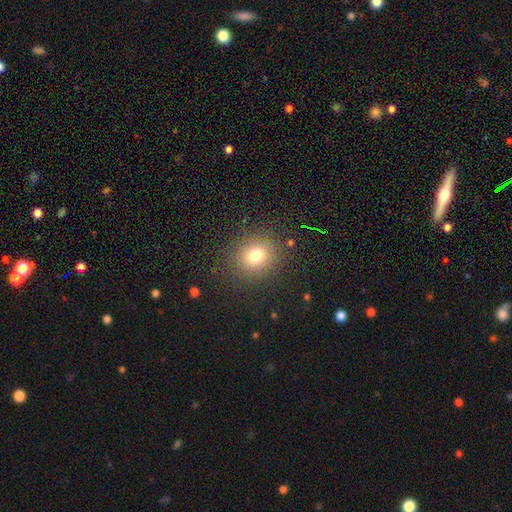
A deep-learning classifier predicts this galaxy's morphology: Smooth or featured?
  - smooth: 75% *
  - star or artifact: 17%
  - featured or disk: 8%
How rounded?
  - round: 76% *
  - in between: 23%
  - cigar-shaped: 1%
Merging?
  - none: 86% *
  - minor disturbance: 8%
  - major disturbance: 4%
  - merger: 2%